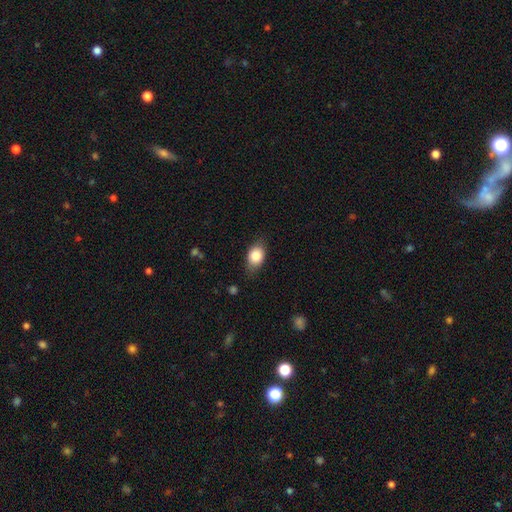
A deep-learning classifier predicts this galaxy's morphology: type=smooth (82%); roundness=in between (79%); merging=none (76%).